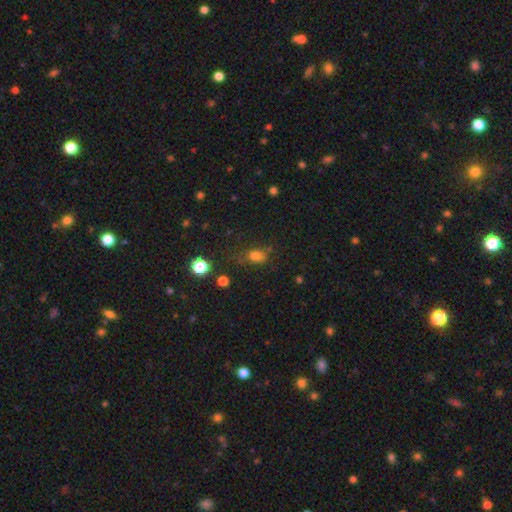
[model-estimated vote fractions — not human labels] A smooth galaxy with no disk features (75%) that is in between round and cigar-shaped (67%). Merging: none (65%).